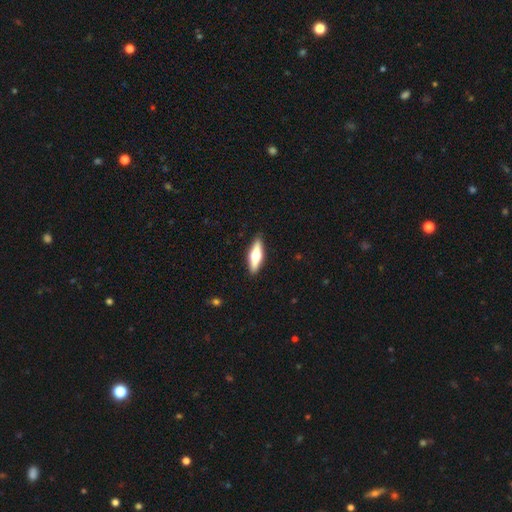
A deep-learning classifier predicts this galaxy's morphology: This is possibly a featured or disk galaxy (49%). Merging: clearly none (90%).